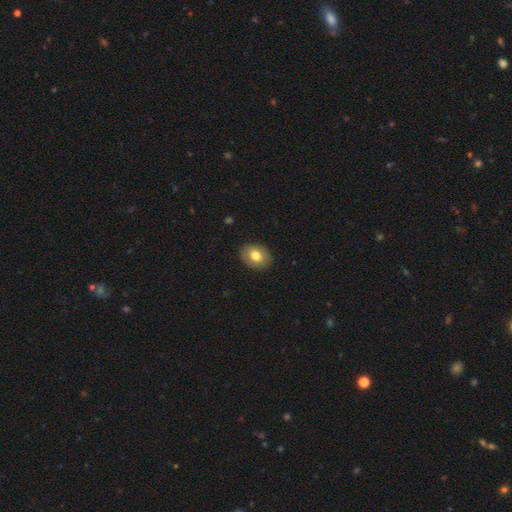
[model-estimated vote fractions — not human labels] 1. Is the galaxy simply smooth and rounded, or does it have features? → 75% smooth, 18% featured or disk, 7% star or artifact.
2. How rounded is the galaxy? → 63% in between, 36% round, 1% cigar-shaped.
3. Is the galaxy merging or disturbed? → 89% none, 8% minor disturbance, 2% major disturbance, 1% merger.